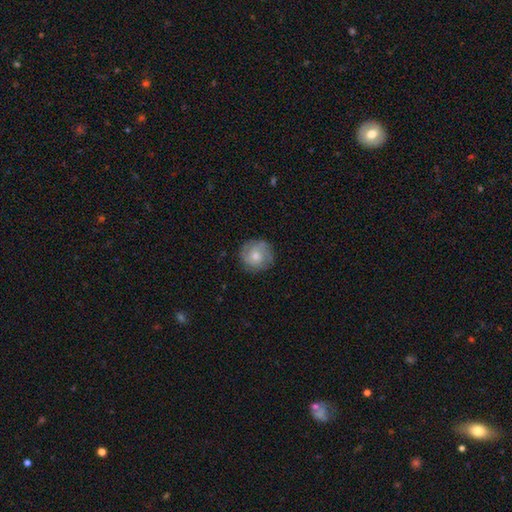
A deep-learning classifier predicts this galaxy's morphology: type=smooth (56%); roundness=round (92%); merging=none (81%).